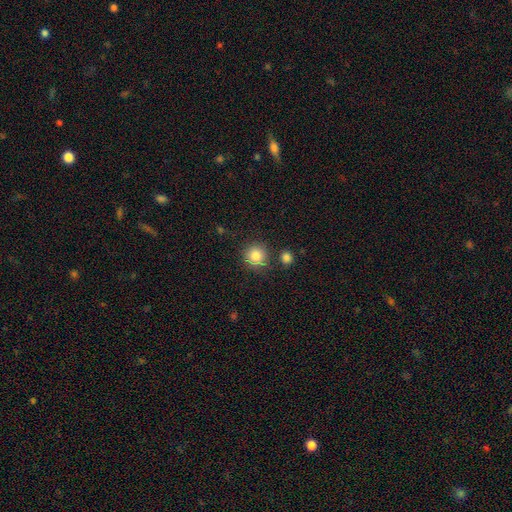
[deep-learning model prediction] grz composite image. It shows a smooth galaxy with no disk features (83%) that is round (93%). Merging: none (81%).